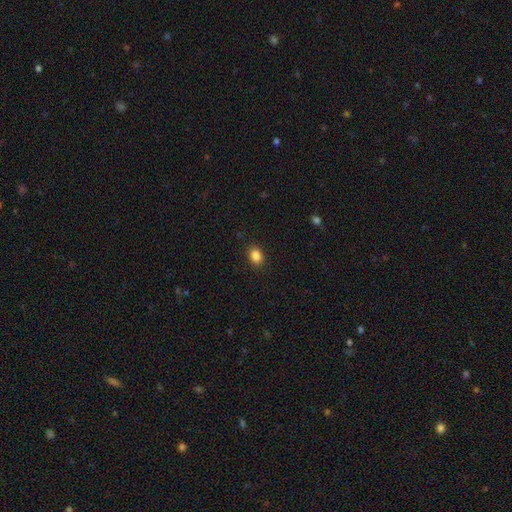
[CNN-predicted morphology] Smooth or featured? Predicted: smooth (p=0.86). How rounded? Predicted: in between (p=0.62). Merging? Predicted: none (p=0.89).